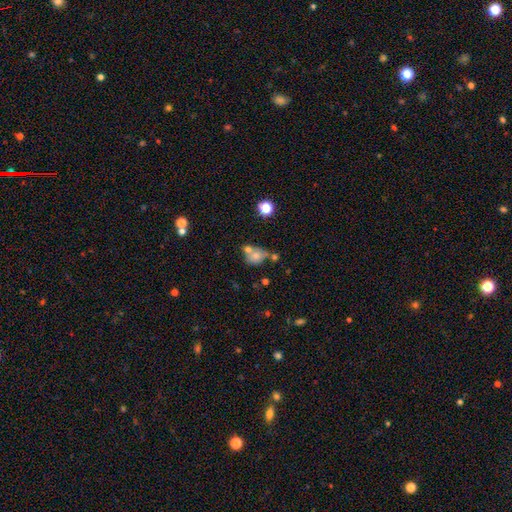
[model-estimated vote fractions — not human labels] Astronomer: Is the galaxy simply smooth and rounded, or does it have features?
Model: smooth — 67%.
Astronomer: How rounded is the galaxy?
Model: round — 54% (runner-up: in between, 45%).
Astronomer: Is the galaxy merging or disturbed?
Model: merger — 40% (runner-up: none, 36%).